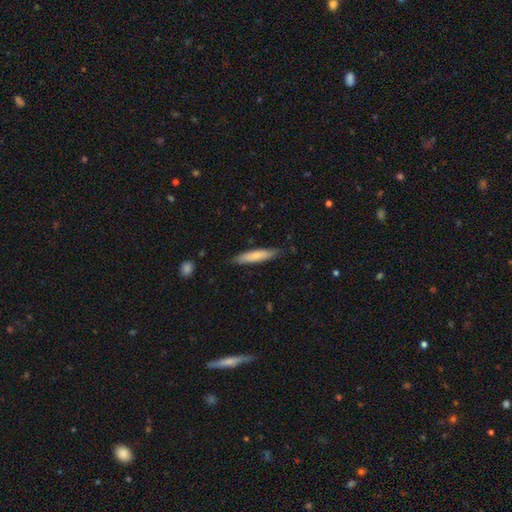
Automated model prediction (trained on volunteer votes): smooth-or-featured: smooth: 71% | featured or disk: 23% | star or artifact: 5%
  how-rounded: cigar-shaped: 84% | in between: 14% | round: 1%
  merging: none: 83% | minor disturbance: 14% | major disturbance: 2% | merger: 1%